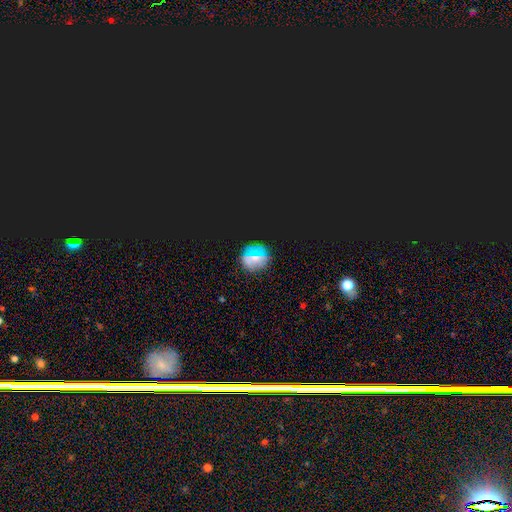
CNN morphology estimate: Smooth or featured?
  - star or artifact: 49% *
  - smooth: 35%
  - featured or disk: 16%